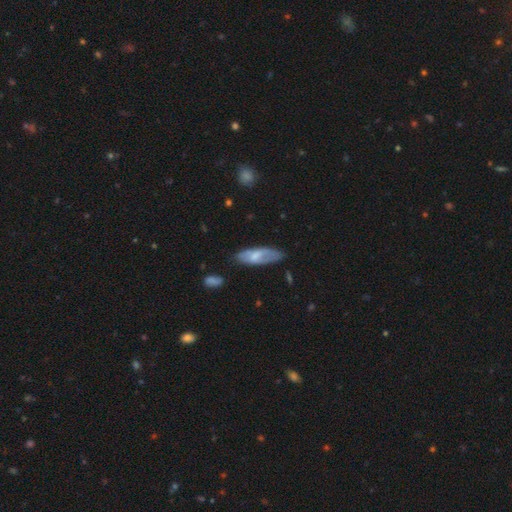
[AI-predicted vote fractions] Smooth or featured: smooth — 54% (featured or disk — 40%)
How rounded: in between — 65% (cigar-shaped — 33%)
Merging: none — 65% (minor disturbance — 25%)